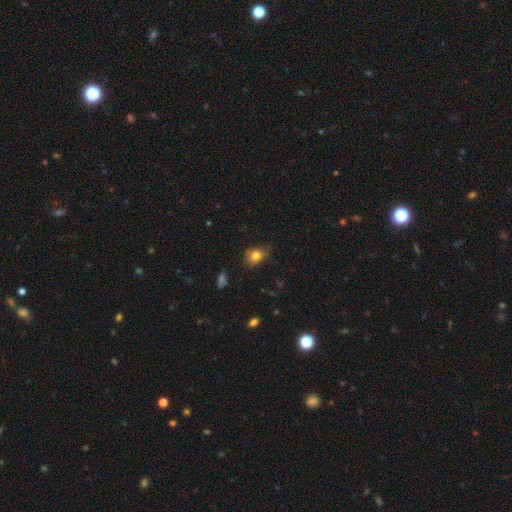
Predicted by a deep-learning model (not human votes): Smooth or featured? Predicted: smooth (p=0.80). How rounded? Predicted: round (p=0.58). Merging? Predicted: none (p=0.70).